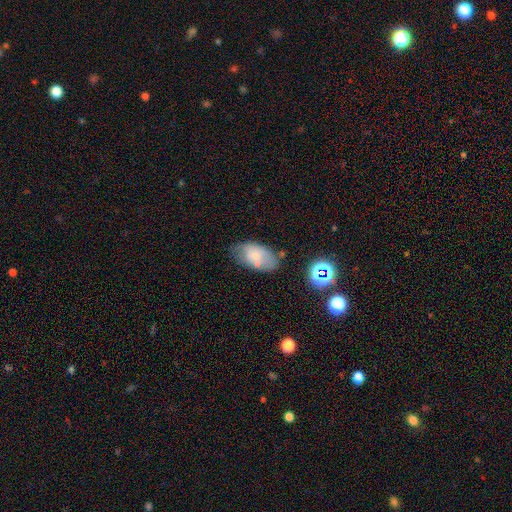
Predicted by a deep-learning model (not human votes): A smooth galaxy with no disk features (61%) that is in between round and cigar-shaped (93%). Merging: none (56%).